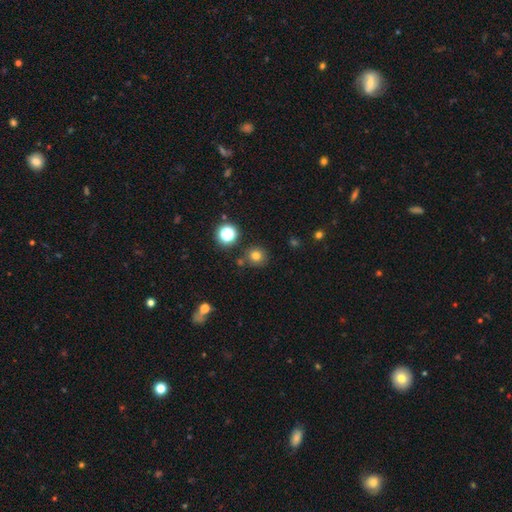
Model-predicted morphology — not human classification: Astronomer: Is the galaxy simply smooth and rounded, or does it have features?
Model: smooth — 75%.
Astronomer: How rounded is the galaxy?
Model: round — 91%.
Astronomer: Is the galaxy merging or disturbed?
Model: none — 80%.